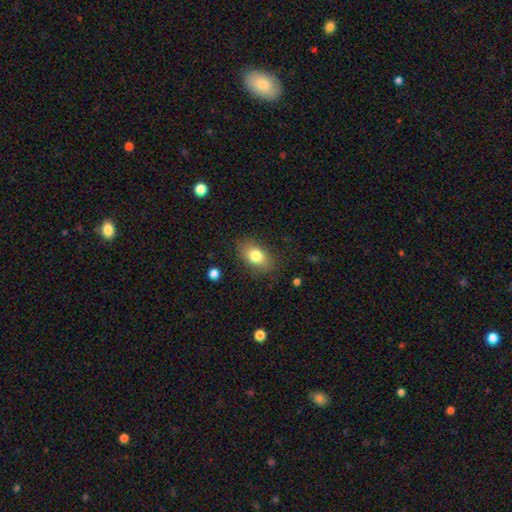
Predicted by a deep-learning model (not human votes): Smooth or featured?
  - smooth: 80% *
  - featured or disk: 12%
  - star or artifact: 8%
How rounded?
  - in between: 86% *
  - round: 12%
  - cigar-shaped: 2%
Merging?
  - none: 82% *
  - minor disturbance: 13%
  - major disturbance: 4%
  - merger: 1%